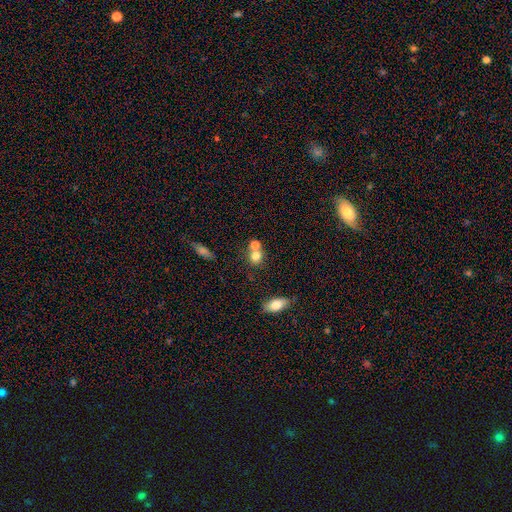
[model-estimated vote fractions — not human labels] This appears to be a smooth galaxy with no disk features (77%) that is round (77%). Merging: none (46%).